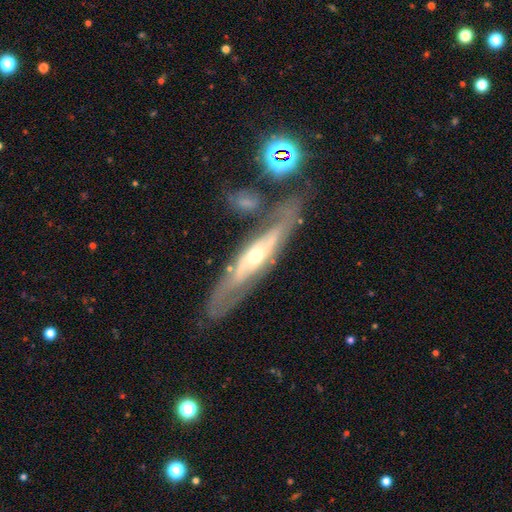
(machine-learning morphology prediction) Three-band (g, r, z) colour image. It shows a featured or disk galaxy (78%). Merging: none (72%).